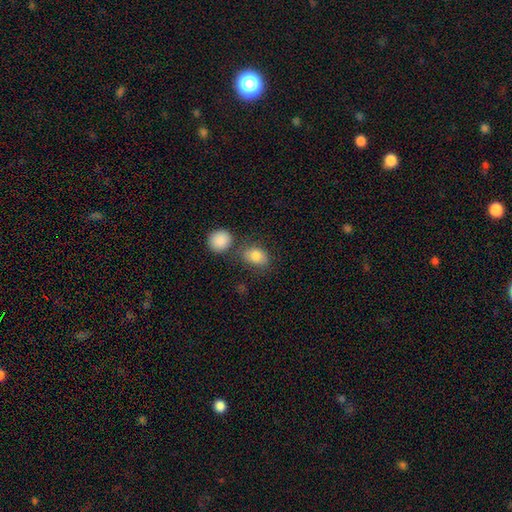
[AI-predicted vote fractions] Smooth or featured? smooth (83%)
How rounded? in between (68%)
Merging? none (64%)